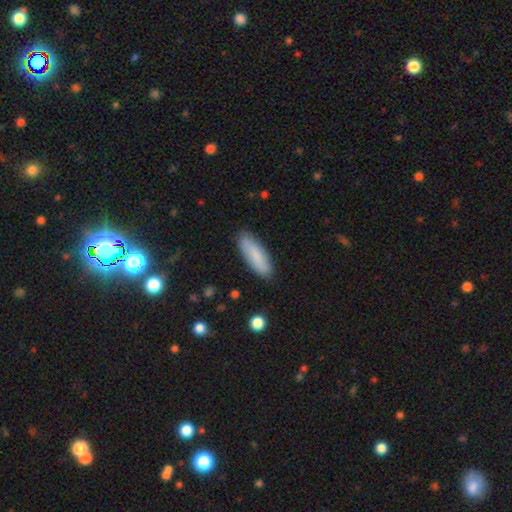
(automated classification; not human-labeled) Smooth or featured? smooth (82%)
How rounded? in between (53%)
Merging? none (86%)